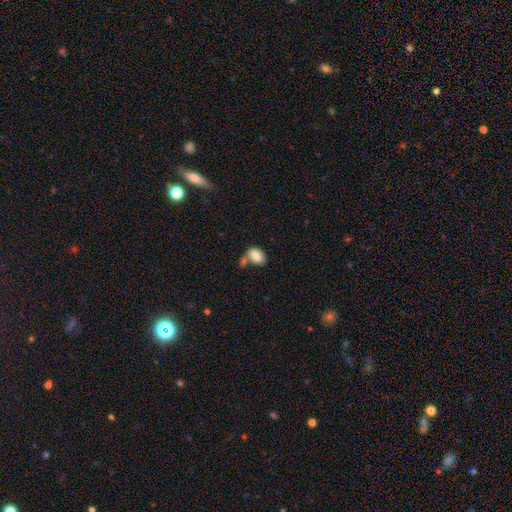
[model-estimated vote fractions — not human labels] Smooth or featured: smooth — 80% (featured or disk — 13%)
How rounded: in between — 86% (round — 13%)
Merging: none — 41% (merger — 36%)